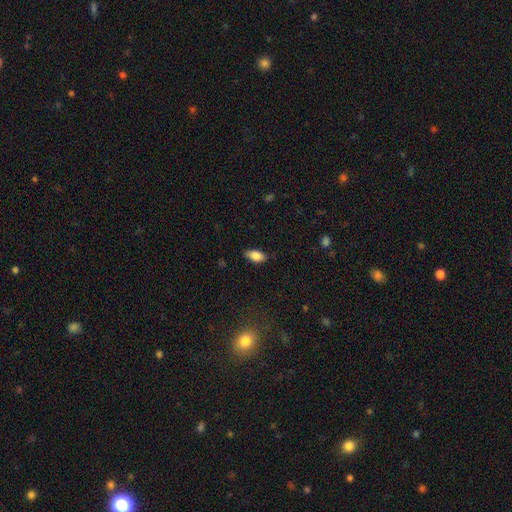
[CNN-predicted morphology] Smooth or featured?
  - smooth: 83% *
  - featured or disk: 9%
  - star or artifact: 7%
How rounded?
  - in between: 90% *
  - cigar-shaped: 6%
  - round: 4%
Merging?
  - none: 84% *
  - minor disturbance: 12%
  - major disturbance: 2%
  - merger: 1%